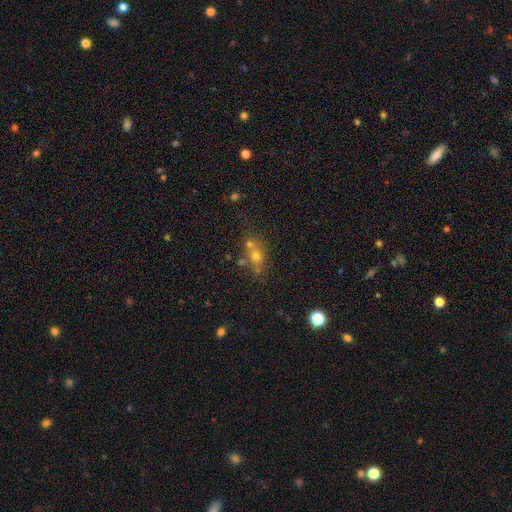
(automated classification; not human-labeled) This appears to be a smooth galaxy with no disk features (56%) that is round (63%). Merging: none (51%).